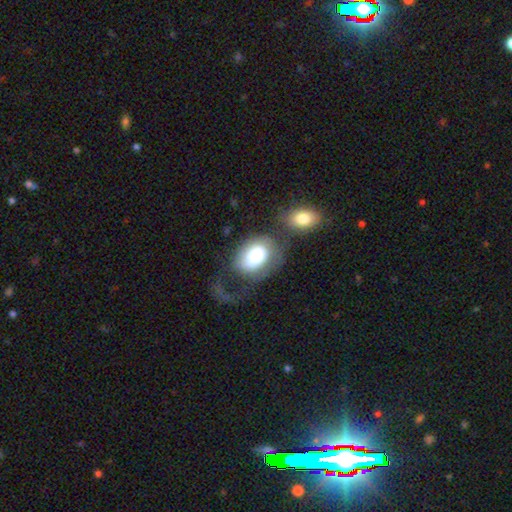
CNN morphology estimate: Smooth or featured?
  - smooth: 70% *
  - featured or disk: 23%
  - star or artifact: 8%
How rounded?
  - in between: 77% *
  - round: 22%
  - cigar-shaped: 1%
Merging?
  - major disturbance: 42% *
  - none: 22%
  - merger: 19%
  - minor disturbance: 17%